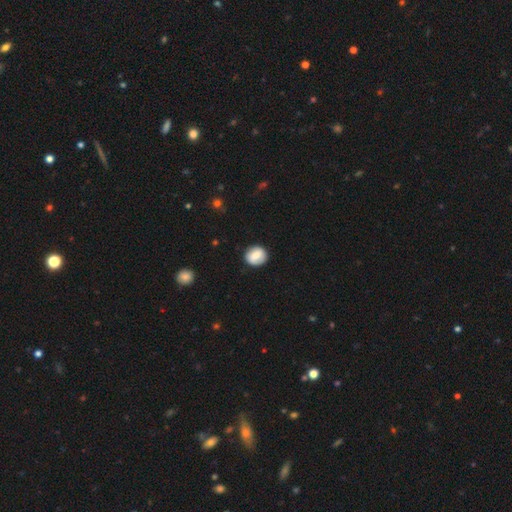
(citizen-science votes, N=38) smooth_or_featured: smooth (p=0.68) [alt: featured or disk p=0.26]
how_rounded: round (p=0.92) [alt: in between p=0.08]
merging: none (p=0.97) [alt: merger p=0.03]